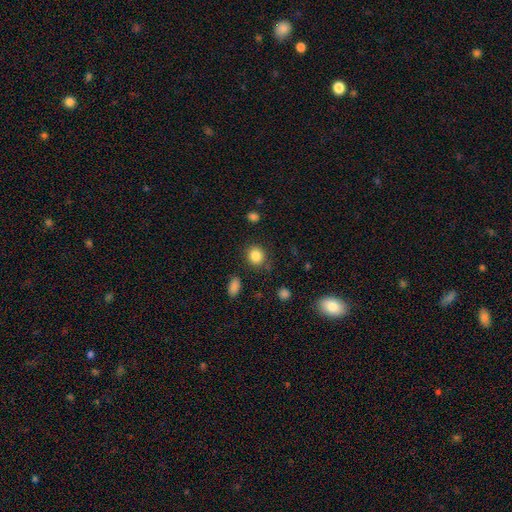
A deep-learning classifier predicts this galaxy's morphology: Smooth or featured: smooth — 85% (star or artifact — 10%)
How rounded: round — 80% (in between — 19%)
Merging: none — 84% (minor disturbance — 10%)